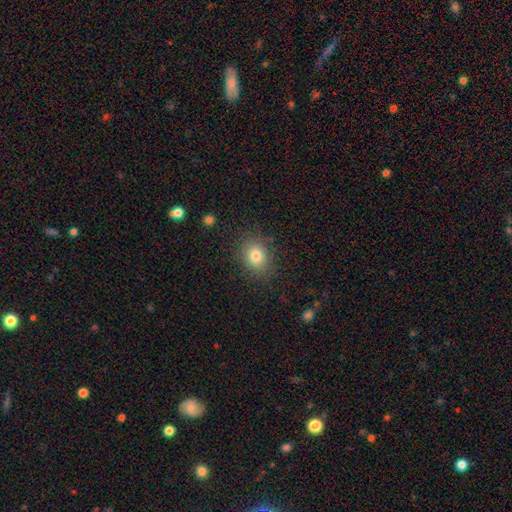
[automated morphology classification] This is likely a smooth galaxy (79%). How rounded: possibly round (53%). Merging: clearly none (84%).